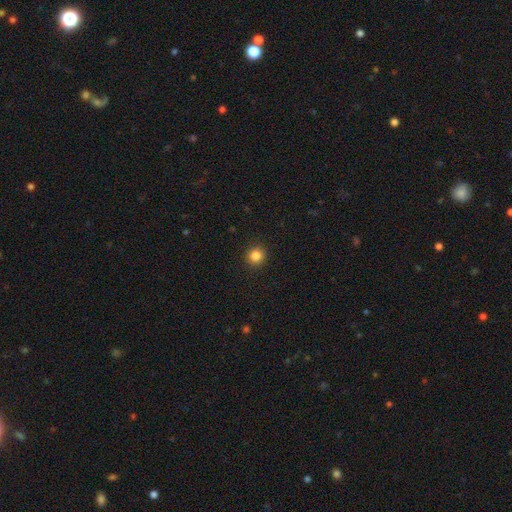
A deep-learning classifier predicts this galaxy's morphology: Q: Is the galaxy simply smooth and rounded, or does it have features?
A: smooth — 84%.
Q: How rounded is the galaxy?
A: round — 93%.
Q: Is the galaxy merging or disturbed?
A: none — 92%.